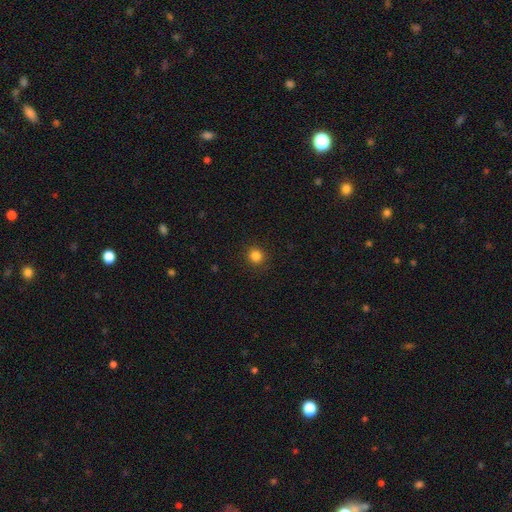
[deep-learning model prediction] Smooth or featured: smooth — 84% (star or artifact — 13%)
How rounded: round — 92% (in between — 7%)
Merging: none — 91% (minor disturbance — 6%)